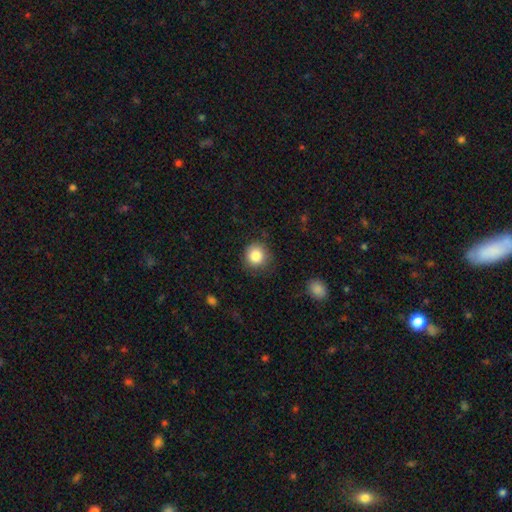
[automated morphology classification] Smooth or featured?
  - smooth: 85% *
  - star or artifact: 9%
  - featured or disk: 6%
How rounded?
  - round: 91% *
  - in between: 8%
  - cigar-shaped: 1%
Merging?
  - none: 81% *
  - minor disturbance: 14%
  - major disturbance: 4%
  - merger: 1%